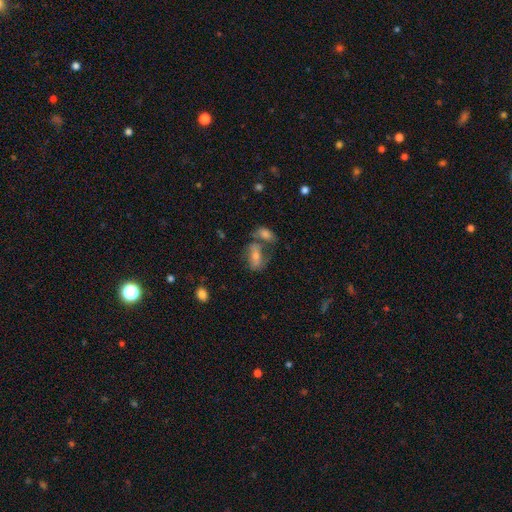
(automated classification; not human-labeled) The model was most divided on "merging": merger: 41%, none: 39%, minor disturbance: 13%, major disturbance: 8%. Remaining: smooth or featured — smooth (45%).